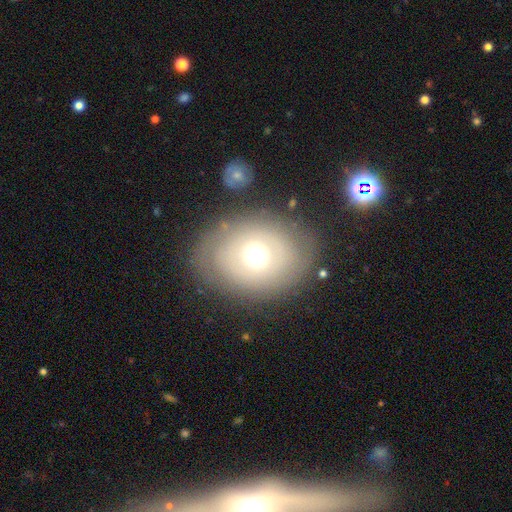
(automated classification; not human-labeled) A featured or disk galaxy (49%).

Vote fractions:
- Smooth or featured? featured or disk: 49% / smooth: 43% / star or artifact: 8%
- Merging? none: 77% / minor disturbance: 14% / major disturbance: 6% / merger: 3%